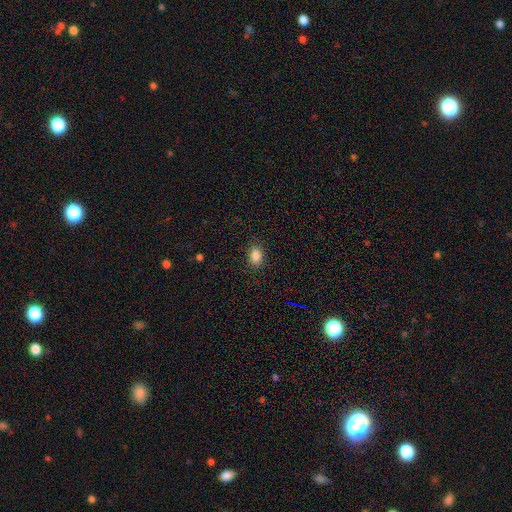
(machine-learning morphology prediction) This appears to be a smooth galaxy with no disk features (86%) that is in between round and cigar-shaped (75%). Merging: none (87%).